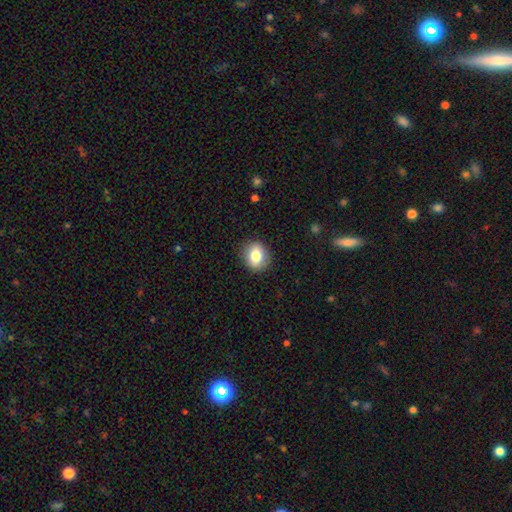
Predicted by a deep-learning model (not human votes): smooth-or-featured: smooth: 80% | featured or disk: 12% | star or artifact: 9%
  how-rounded: round: 61% | in between: 38% | cigar-shaped: 1%
  merging: none: 89% | minor disturbance: 8% | major disturbance: 2% | merger: 1%